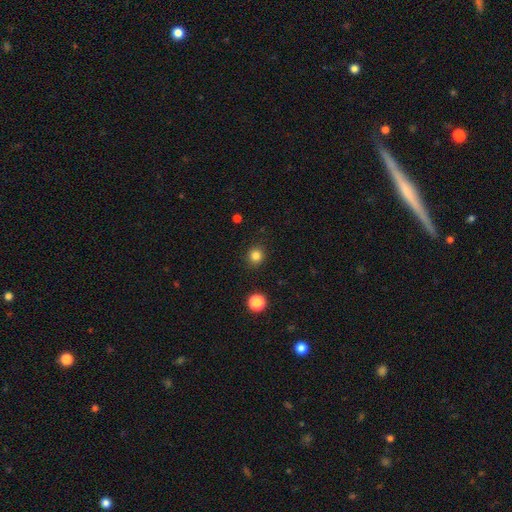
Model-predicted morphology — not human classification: Smooth or featured?
  - smooth: 83% *
  - star or artifact: 13%
  - featured or disk: 4%
How rounded?
  - round: 90% *
  - in between: 9%
  - cigar-shaped: 1%
Merging?
  - none: 91% *
  - minor disturbance: 6%
  - major disturbance: 2%
  - merger: 1%